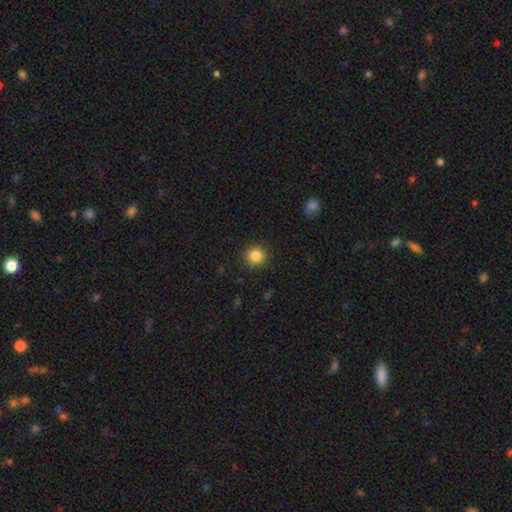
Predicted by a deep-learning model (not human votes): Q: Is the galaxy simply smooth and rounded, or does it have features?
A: smooth — 84%.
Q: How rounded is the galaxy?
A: round — 93%.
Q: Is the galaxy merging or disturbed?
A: none — 89%.